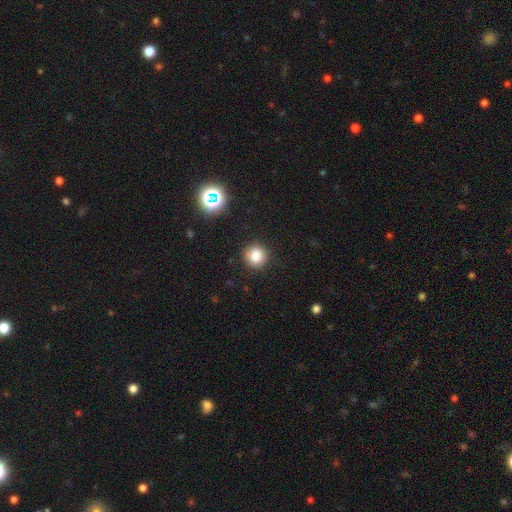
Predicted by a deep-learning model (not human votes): This is clearly a smooth galaxy (82%). How rounded: clearly round (93%). Merging: clearly none (90%).